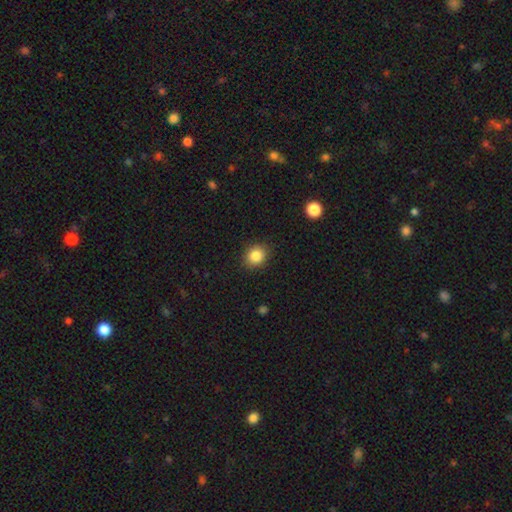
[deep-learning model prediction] The model was most divided on "how rounded": round: 74%, in between: 25%, cigar-shaped: 1%. More confident: merging — none (88%); smooth or featured — smooth (84%).